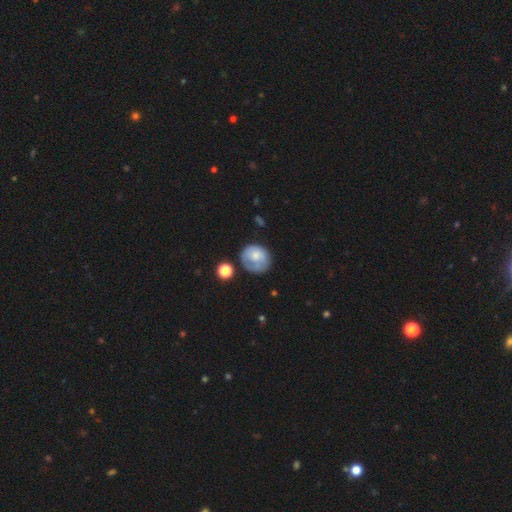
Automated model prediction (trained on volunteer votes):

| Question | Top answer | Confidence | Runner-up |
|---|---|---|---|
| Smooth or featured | smooth | 59% | featured or disk (33%) |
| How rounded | round | 73% | in between (27%) |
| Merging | none | 52% | minor disturbance (28%) |